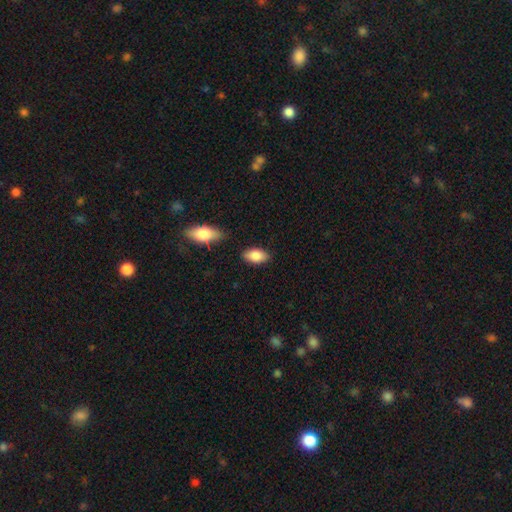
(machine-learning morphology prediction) Overall: smooth (87%). How rounded: in between (92%). Merging: none (83%).